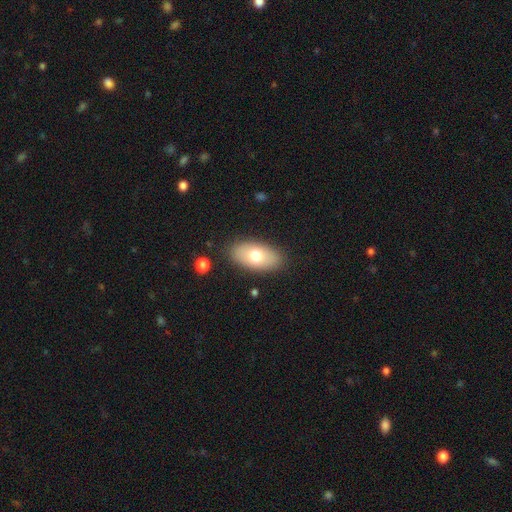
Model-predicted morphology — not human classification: Smooth or featured?
  - smooth: 71% *
  - featured or disk: 22%
  - star or artifact: 7%
How rounded?
  - in between: 92% *
  - round: 5%
  - cigar-shaped: 3%
Merging?
  - none: 86% *
  - minor disturbance: 10%
  - major disturbance: 3%
  - merger: 2%